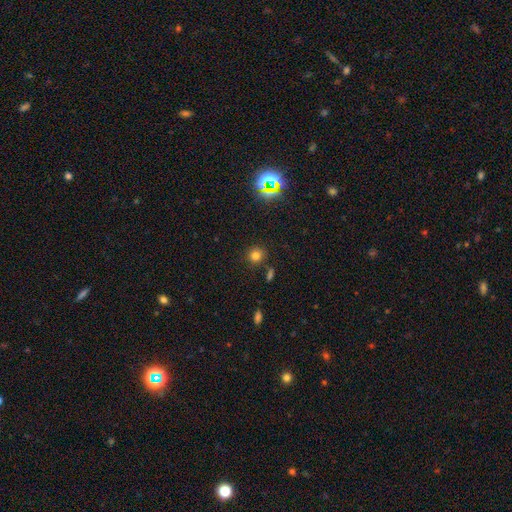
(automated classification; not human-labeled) smooth_or_featured: smooth (p=0.72) [alt: star or artifact p=0.20]
how_rounded: round (p=0.89) [alt: in between p=0.10]
merging: none (p=0.82) [alt: minor disturbance p=0.09]